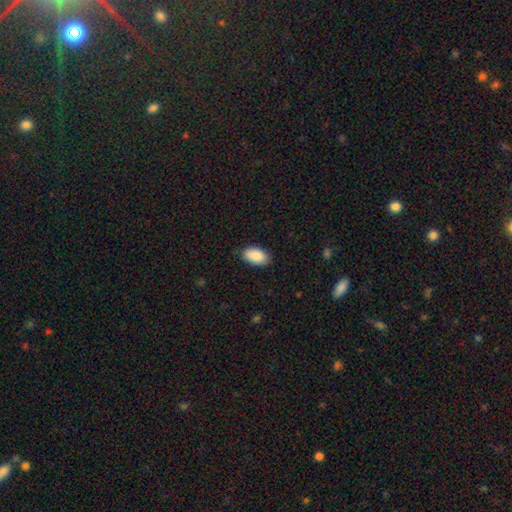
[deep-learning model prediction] smooth-or-featured: smooth: 89% | star or artifact: 6% | featured or disk: 4%
  how-rounded: in between: 94% | round: 4% | cigar-shaped: 1%
  merging: none: 85% | minor disturbance: 11% | major disturbance: 2% | merger: 1%